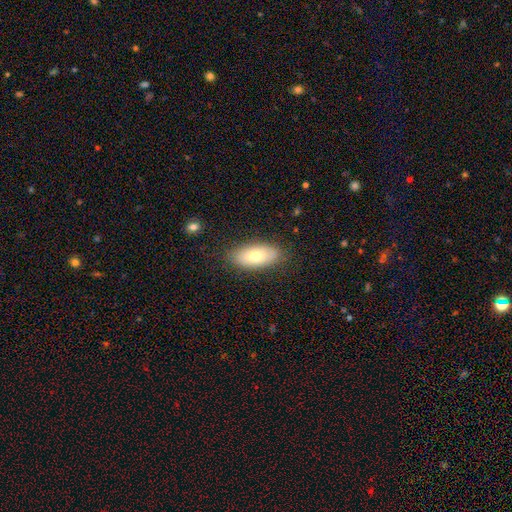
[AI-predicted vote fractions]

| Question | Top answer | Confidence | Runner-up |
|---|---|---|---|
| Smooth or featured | smooth | 70% | featured or disk (23%) |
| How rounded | in between | 90% | cigar-shaped (7%) |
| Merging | none | 84% | minor disturbance (12%) |